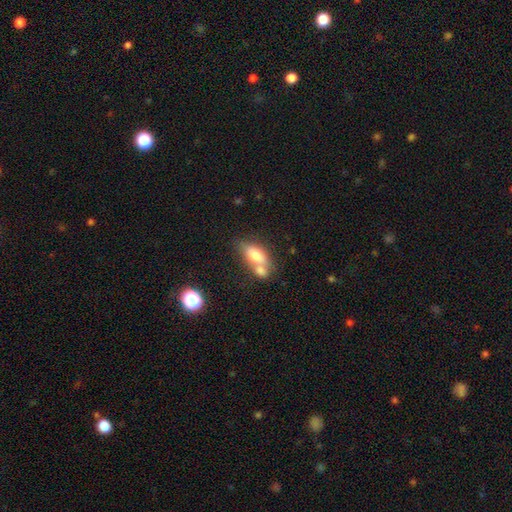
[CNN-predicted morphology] Smooth or featured? Predicted: smooth (p=0.72). How rounded? Predicted: in between (p=0.83). Merging? Predicted: merger (p=0.52).